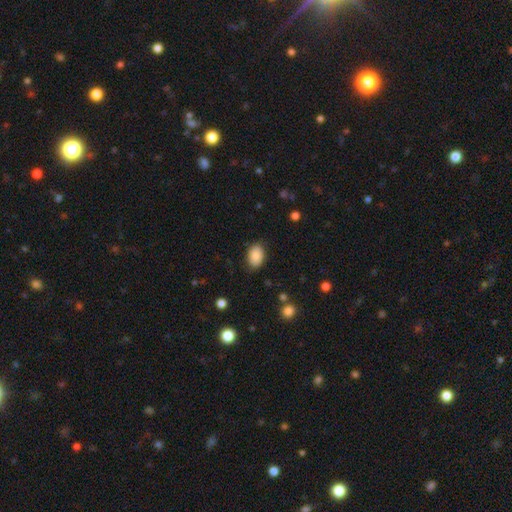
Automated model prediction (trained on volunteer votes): The model was most divided on "how rounded": in between: 84%, round: 15%, cigar-shaped: 1%. More confident: smooth or featured — smooth (87%); merging — none (83%).